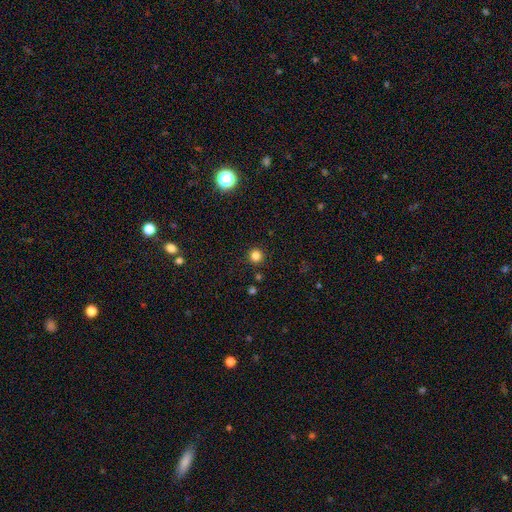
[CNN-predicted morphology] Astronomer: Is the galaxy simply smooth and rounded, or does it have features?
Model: smooth — 82%.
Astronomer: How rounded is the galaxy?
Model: round — 95%.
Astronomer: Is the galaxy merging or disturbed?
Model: none — 92%.